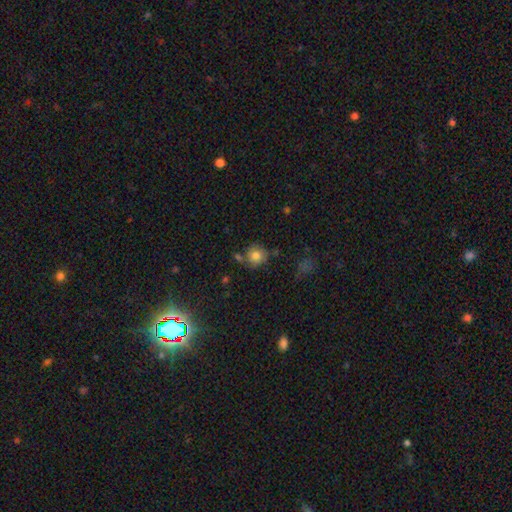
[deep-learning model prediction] smooth 80%, star or artifact 11%, featured or disk 10%. Down the decision tree: how rounded — round (90%); merging — none (74%).